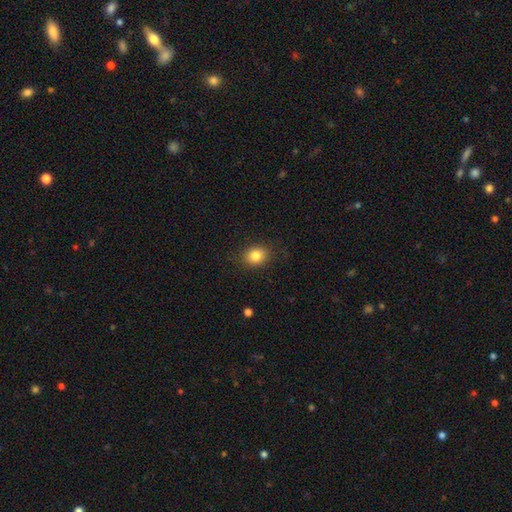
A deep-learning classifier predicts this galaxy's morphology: Overall: smooth (83%). How rounded: round (57%; in between 42%). Merging: none (87%).